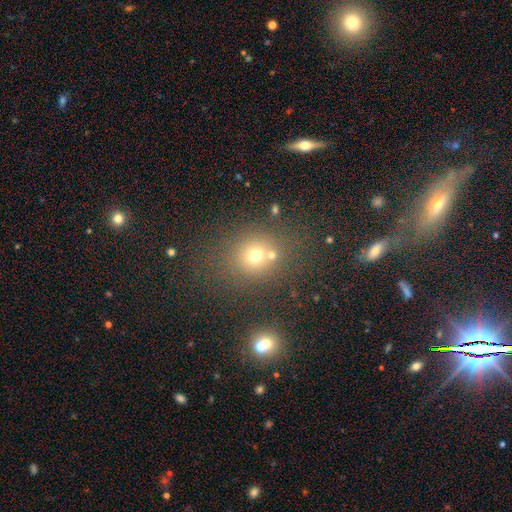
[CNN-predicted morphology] Smooth or featured? Predicted: smooth (p=0.67). How rounded? Predicted: round (p=0.77). Merging? Predicted: none (p=0.65).